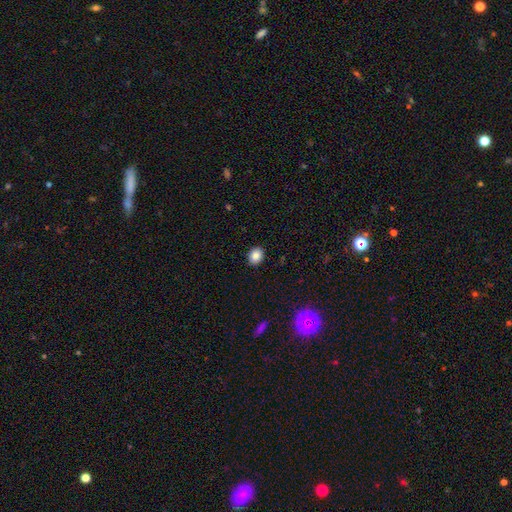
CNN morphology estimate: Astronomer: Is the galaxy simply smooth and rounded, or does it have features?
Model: smooth — 85%.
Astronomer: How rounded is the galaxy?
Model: round — 57% (runner-up: in between, 42%).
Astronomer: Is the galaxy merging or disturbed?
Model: none — 90%.